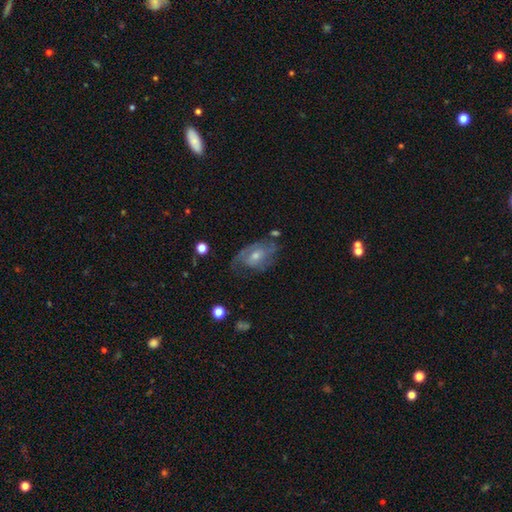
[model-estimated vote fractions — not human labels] smooth-or-featured: featured or disk: 75% | smooth: 16% | star or artifact: 10%
  disk-edge-on: no: 95% | yes: 5%
    bar: no: 51% | weak: 40% | strong: 9%
    has-spiral-arms: yes: 89% | no: 11%
      spiral-winding: medium: 43% | tight: 41% | loose: 16%
      spiral-arm-count: 2: 54% | can't tell: 26% | 1: 8% | 3: 8% | 4: 3% | more than 4: 2%
    bulge-size: moderate: 51% | small: 43% | large: 3% | none: 3% | dominant: 1%
  merging: none: 65% | minor disturbance: 21% | major disturbance: 11% | merger: 3%